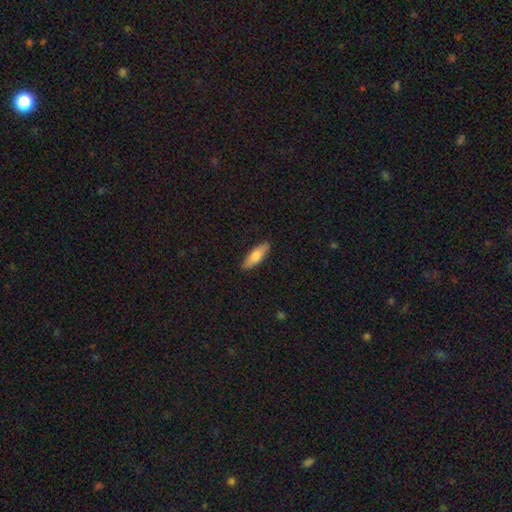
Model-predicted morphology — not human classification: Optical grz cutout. It shows a smooth galaxy with no disk features (74%) that is in between round and cigar-shaped (56%). Merging: none (89%).